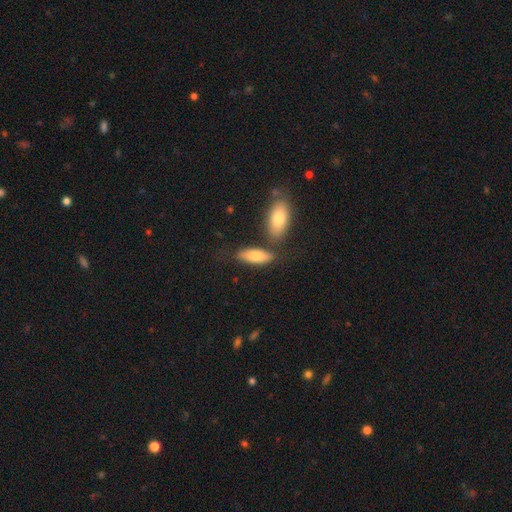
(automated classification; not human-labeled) Smooth or featured: smooth — 77% (featured or disk — 17%)
How rounded: in between — 74% (cigar-shaped — 23%)
Merging: none — 61% (merger — 20%)